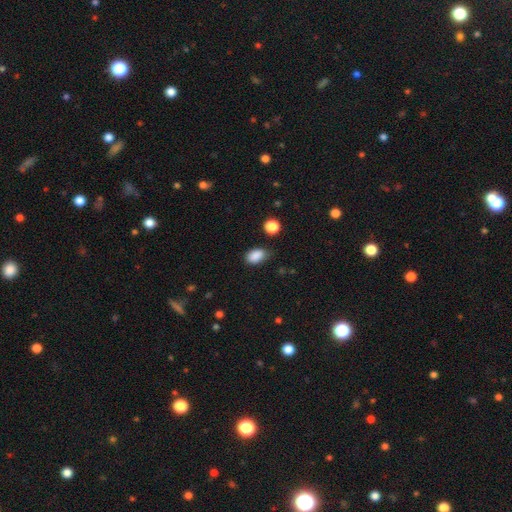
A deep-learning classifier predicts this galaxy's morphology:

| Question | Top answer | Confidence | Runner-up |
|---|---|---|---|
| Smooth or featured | smooth | 87% | star or artifact (9%) |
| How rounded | in between | 86% | round (13%) |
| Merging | none | 73% | minor disturbance (20%) |